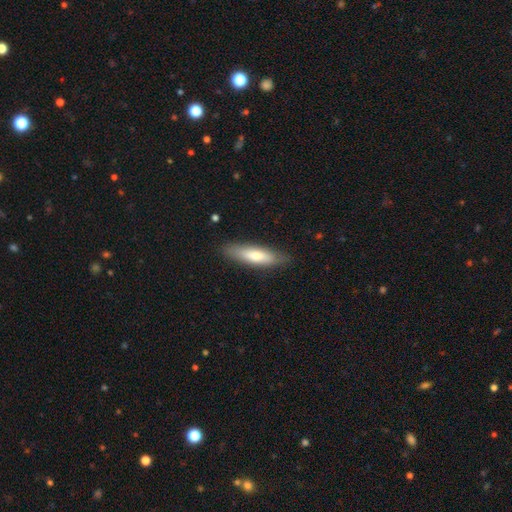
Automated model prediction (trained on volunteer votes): A smooth galaxy with no disk features (66%) that is cigar-shaped (71%). Merging: none (87%).